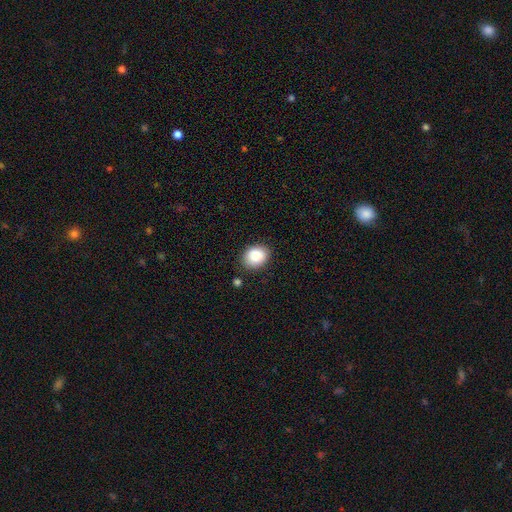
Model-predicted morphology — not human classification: Smooth or featured?
  - smooth: 87% *
  - star or artifact: 8%
  - featured or disk: 5%
How rounded?
  - in between: 52% *
  - round: 47%
  - cigar-shaped: 1%
Merging?
  - none: 84% *
  - minor disturbance: 12%
  - major disturbance: 3%
  - merger: 2%